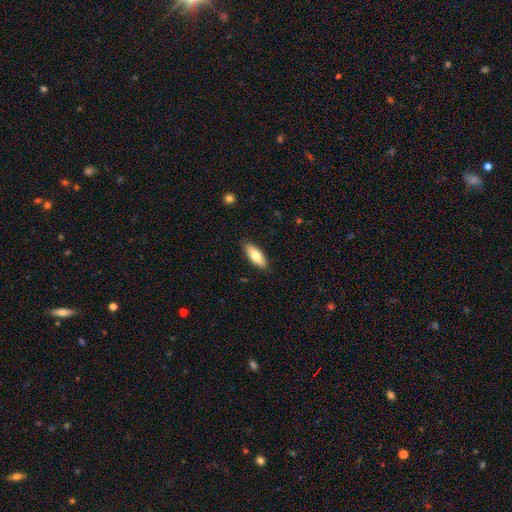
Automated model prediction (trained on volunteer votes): The model was most divided on "how rounded": in between: 72%, cigar-shaped: 26%, round: 2%. More confident: merging — none (88%); smooth or featured — smooth (78%).